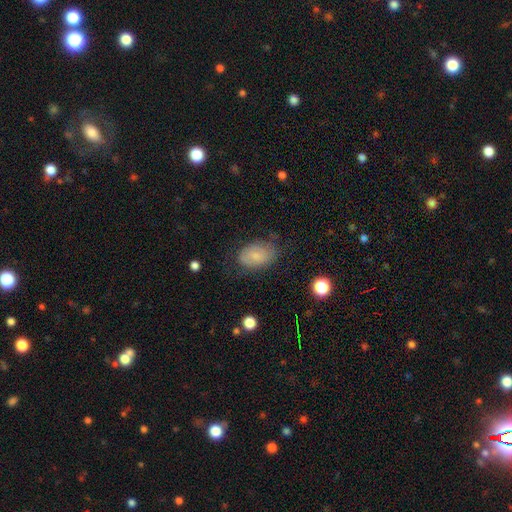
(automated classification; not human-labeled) A smooth galaxy with no disk features (70%) that is in between round and cigar-shaped (88%).

Vote fractions:
- Smooth or featured? smooth: 70% / featured or disk: 21% / star or artifact: 9%
- How rounded? in between: 88% / round: 11% / cigar-shaped: 1%
- Merging? none: 69% / minor disturbance: 22% / major disturbance: 8% / merger: 1%